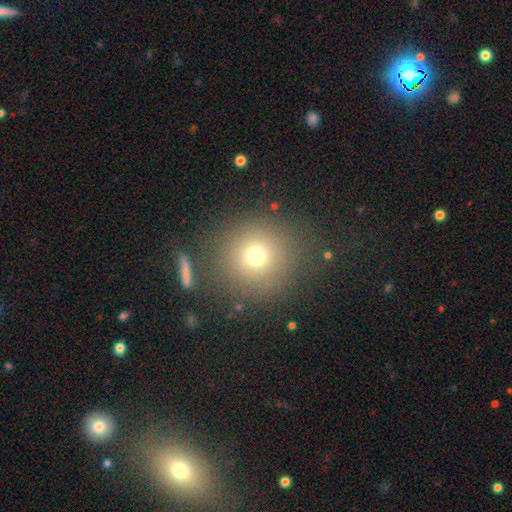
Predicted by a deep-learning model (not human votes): smooth_or_featured: smooth (p=0.71) [alt: star or artifact p=0.18]
how_rounded: round (p=0.94) [alt: in between p=0.05]
merging: none (p=0.83) [alt: minor disturbance p=0.08]